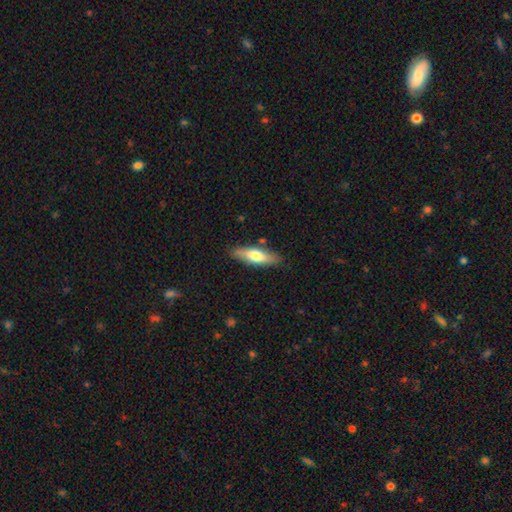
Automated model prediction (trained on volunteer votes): smooth_or_featured: smooth (p=0.64) [alt: featured or disk p=0.30]
how_rounded: cigar-shaped (p=0.50) [alt: in between p=0.48]
merging: none (p=0.84) [alt: minor disturbance p=0.12]